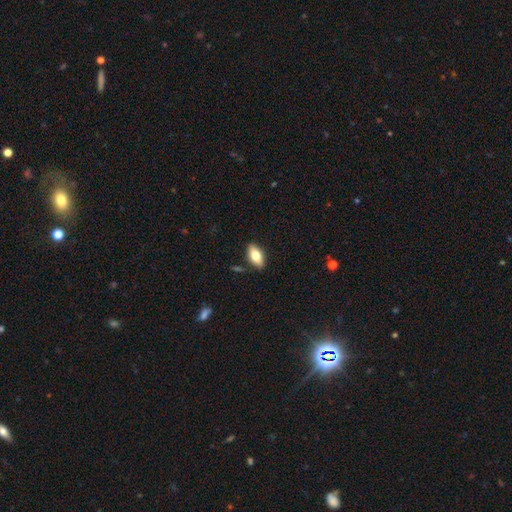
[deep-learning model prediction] The model was most divided on "smooth or featured": smooth: 75%, featured or disk: 19%, star or artifact: 7%. More confident: how rounded — in between (88%); merging — none (86%).